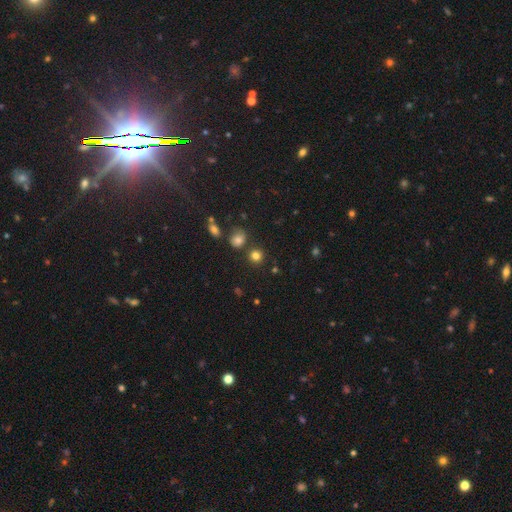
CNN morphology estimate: This appears to be a smooth galaxy with no disk features (79%) that is round (88%). Merging: none (78%).